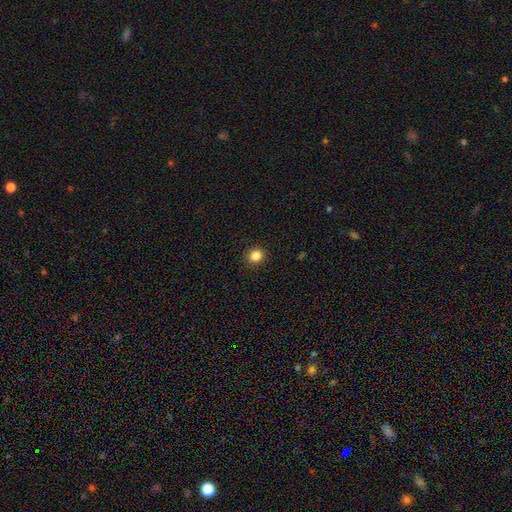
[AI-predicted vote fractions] smooth-or-featured: smooth: 85% | star or artifact: 11% | featured or disk: 4%
  how-rounded: round: 84% | in between: 15% | cigar-shaped: 1%
  merging: none: 91% | minor disturbance: 6% | major disturbance: 2% | merger: 1%